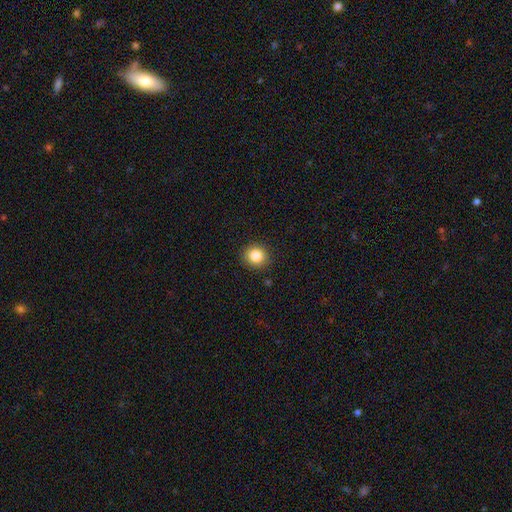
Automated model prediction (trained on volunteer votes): smooth-or-featured: smooth: 84% | star or artifact: 10% | featured or disk: 5%
  how-rounded: round: 87% | in between: 12% | cigar-shaped: 1%
  merging: none: 90% | minor disturbance: 7% | major disturbance: 2% | merger: 1%